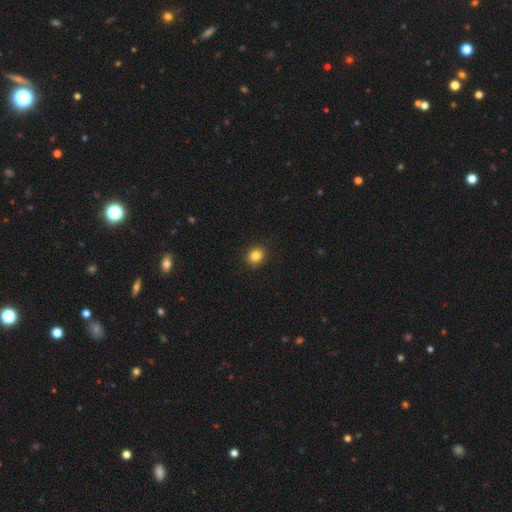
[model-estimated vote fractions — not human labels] smooth_or_featured: smooth (p=0.84) [alt: star or artifact p=0.11]
how_rounded: round (p=0.78) [alt: in between p=0.21]
merging: none (p=0.89) [alt: minor disturbance p=0.08]